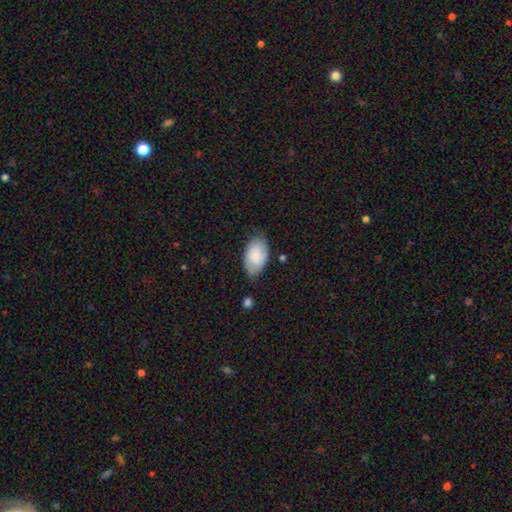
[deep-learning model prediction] Smooth or featured? smooth (73%)
How rounded? in between (94%)
Merging? none (71%)